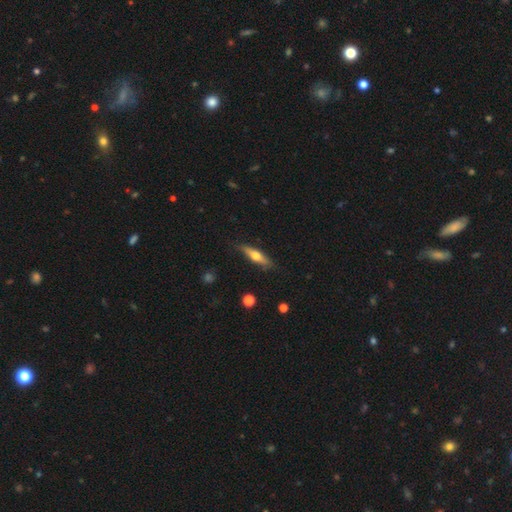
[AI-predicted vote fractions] This is possibly a featured or disk galaxy (49%). Merging: clearly none (83%).